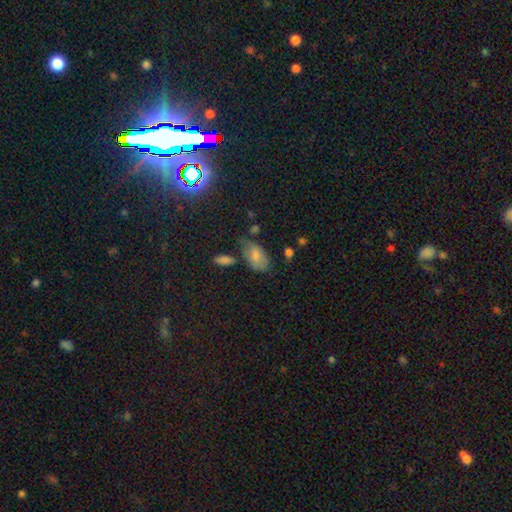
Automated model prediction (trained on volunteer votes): This is likely a smooth galaxy (76%). How rounded: clearly in between (93%). Merging: possibly none (48%).